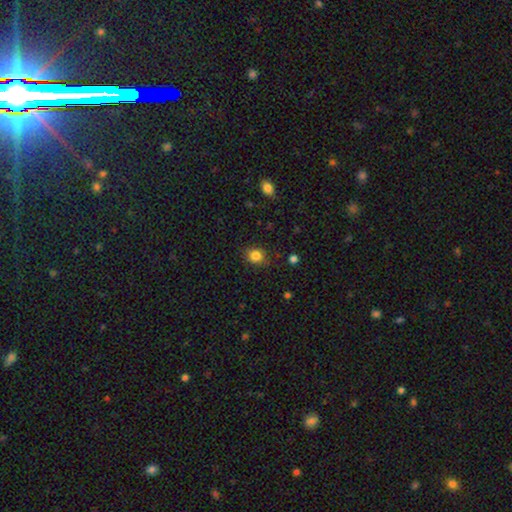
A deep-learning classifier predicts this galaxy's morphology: type=smooth (84%); roundness=round (75%); merging=none (84%).